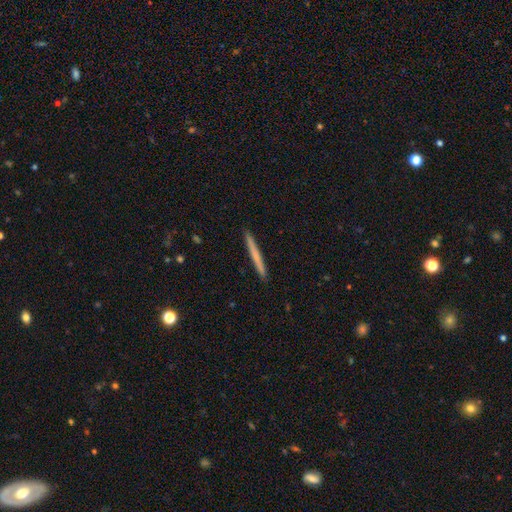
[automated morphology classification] smooth 65%, featured or disk 30%, star or artifact 6%. Down the decision tree: how rounded — cigar-shaped (97%); merging — none (93%).